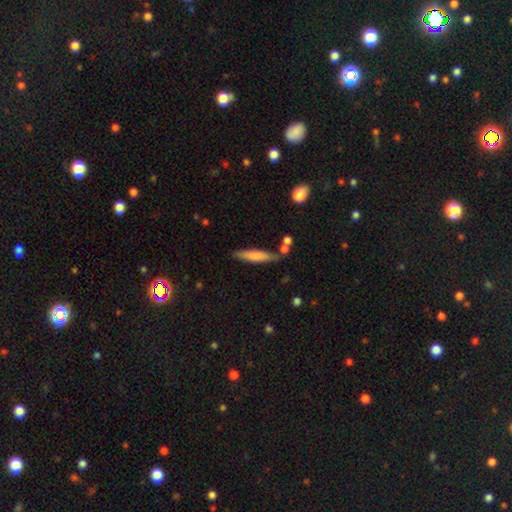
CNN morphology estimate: Smooth or featured? Predicted: smooth (p=0.74). How rounded? Predicted: cigar-shaped (p=0.80). Merging? Predicted: none (p=0.74).